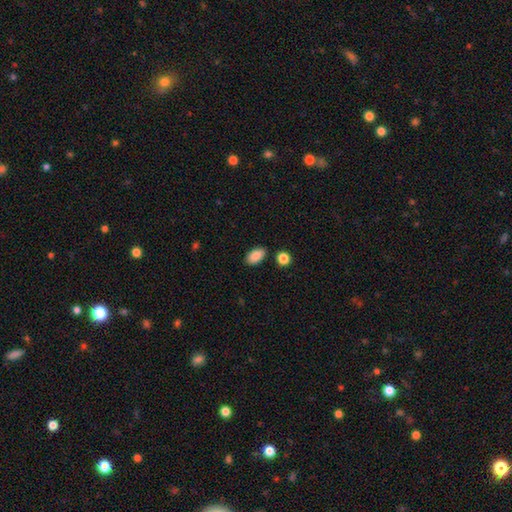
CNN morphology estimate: smooth 89%, star or artifact 7%, featured or disk 4%. Down the decision tree: how rounded — in between (93%); merging — none (84%).